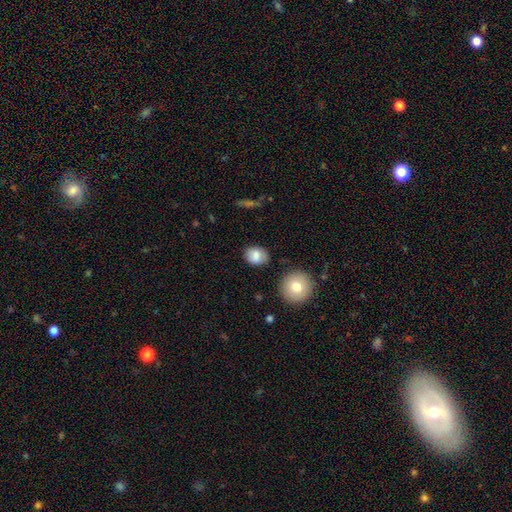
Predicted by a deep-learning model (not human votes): Overall: smooth (82%). How rounded: in between (52%; round 46%). Merging: none (80%).